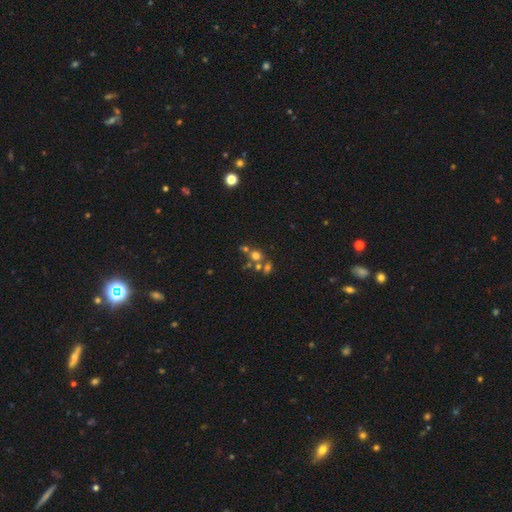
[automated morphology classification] A smooth galaxy with no disk features (58%) that is round (83%). Merging: none (49%).